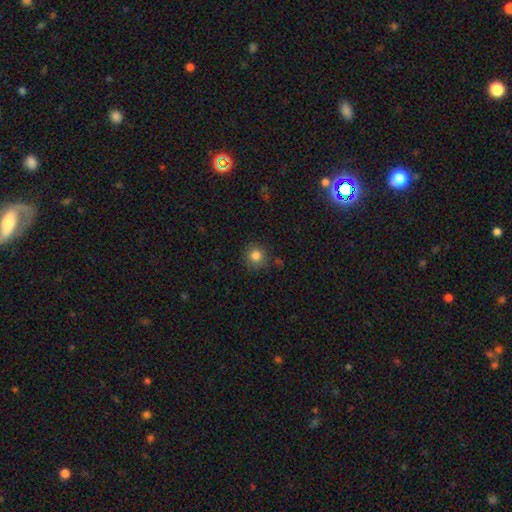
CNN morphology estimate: smooth-or-featured: smooth: 83% | star or artifact: 11% | featured or disk: 6%
  how-rounded: round: 92% | in between: 7% | cigar-shaped: 1%
  merging: none: 82% | minor disturbance: 11% | major disturbance: 3% | merger: 3%